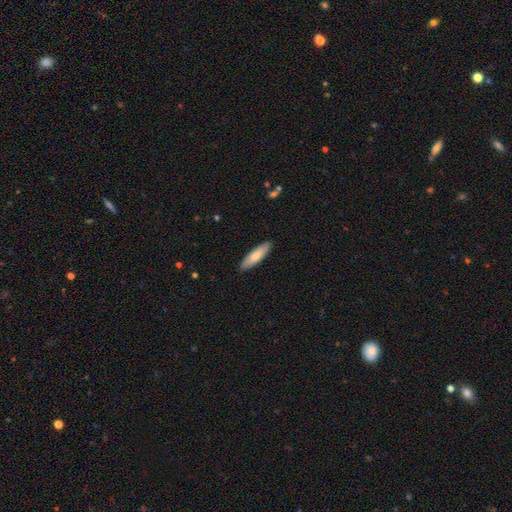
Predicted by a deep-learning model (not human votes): Smooth or featured? smooth (76%)
How rounded? cigar-shaped (64%)
Merging? none (90%)